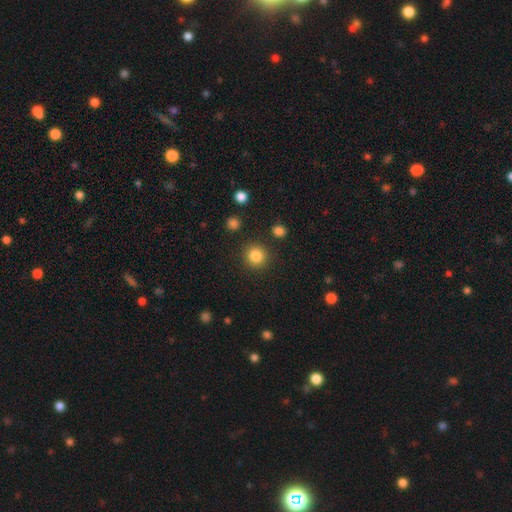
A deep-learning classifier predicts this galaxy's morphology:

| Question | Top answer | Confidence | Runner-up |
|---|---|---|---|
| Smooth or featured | smooth | 85% | star or artifact (11%) |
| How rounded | round | 92% | in between (7%) |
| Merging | none | 89% | minor disturbance (6%) |